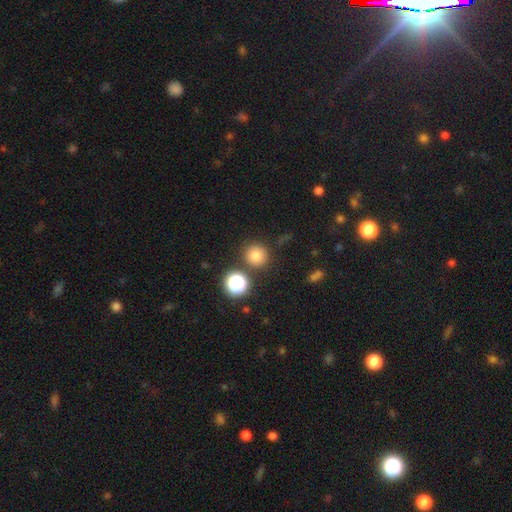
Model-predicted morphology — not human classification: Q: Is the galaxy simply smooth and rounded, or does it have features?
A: smooth — 79%.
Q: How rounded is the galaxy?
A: round — 94%.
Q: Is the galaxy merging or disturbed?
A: none — 83%.